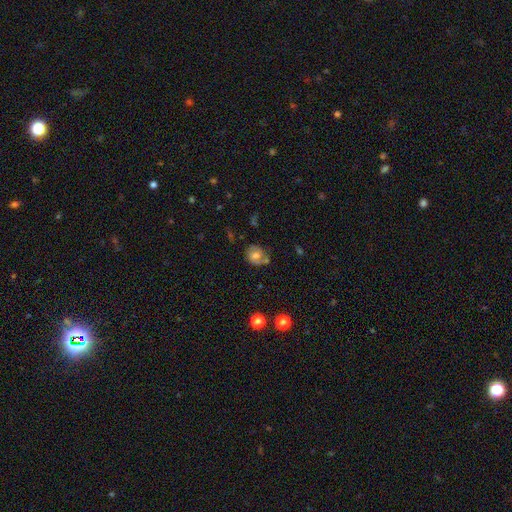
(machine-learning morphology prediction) type=smooth (46%); merging=none (53%).